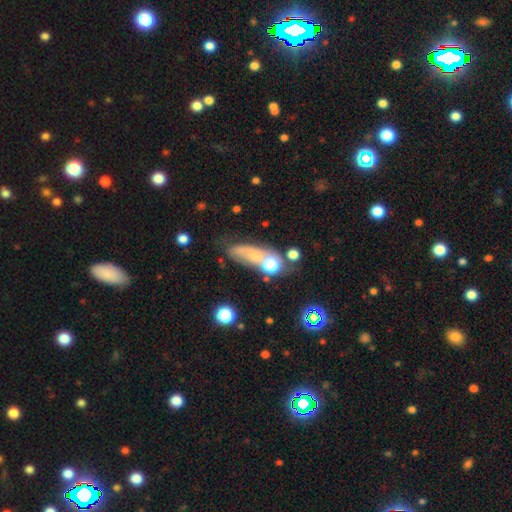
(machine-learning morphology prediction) smooth-or-featured: smooth: 53% | featured or disk: 30% | star or artifact: 17%
  how-rounded: in between: 51% | cigar-shaped: 32% | round: 17%
  merging: none: 41% | merger: 22% | minor disturbance: 21% | major disturbance: 15%